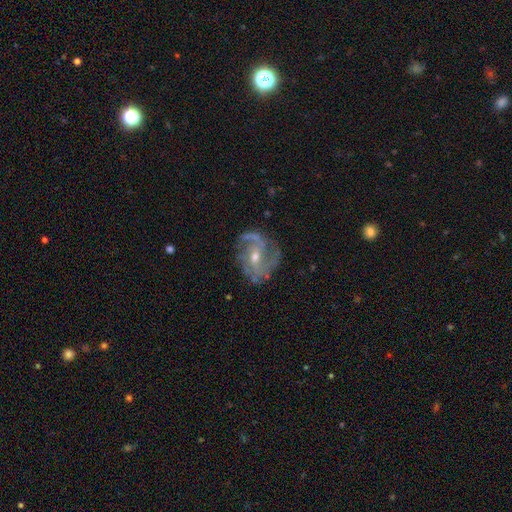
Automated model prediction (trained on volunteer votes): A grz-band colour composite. It shows a featured or disk galaxy (85%) with a weak bar (43%), 2 (43%) medium (45%) spiral arms (93%) and a small central bulge (49%). Merging: none (67%).